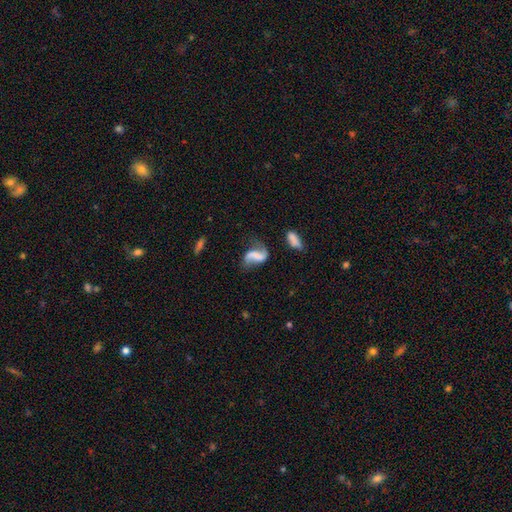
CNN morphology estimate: This appears to be a featured or disk galaxy (72%) with a strong bar (34%), 2 (85%) loose (75%) spiral arms (90%) and no central bulge (64%). Merging: none (52%).